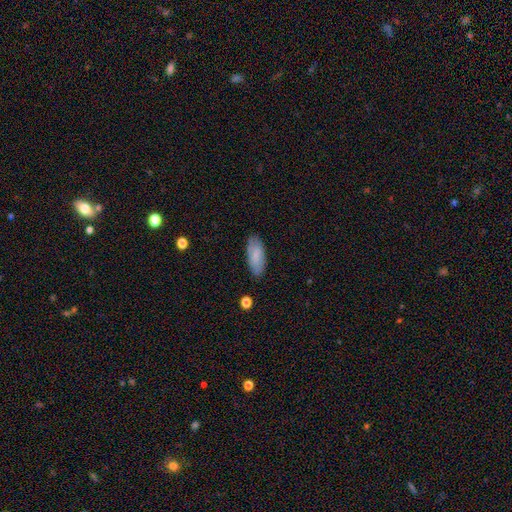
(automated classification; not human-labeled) Overall: smooth (75%). How rounded: in between (85%). Merging: none (84%).